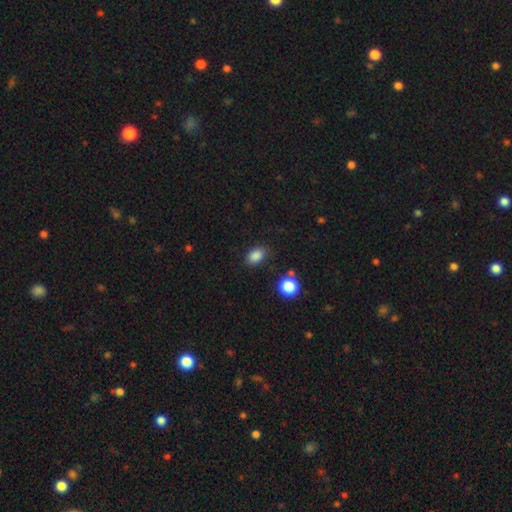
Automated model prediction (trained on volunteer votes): smooth 86%, star or artifact 10%, featured or disk 4%. Down the decision tree: how rounded — in between (81%); merging — none (83%).